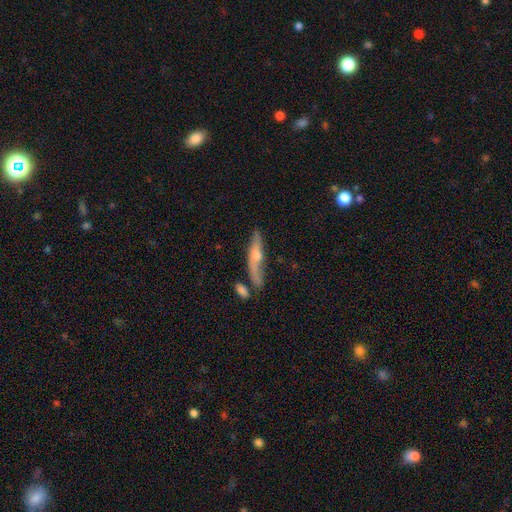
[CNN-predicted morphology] A featured or disk galaxy (59%) viewed edge-on (79%).

Vote fractions:
- Smooth or featured? featured or disk: 59% / smooth: 34% / star or artifact: 7%
- Edge-on disk? yes: 79% / no: 21%
- Merging? none: 54% / minor disturbance: 22% / merger: 14% / major disturbance: 10%